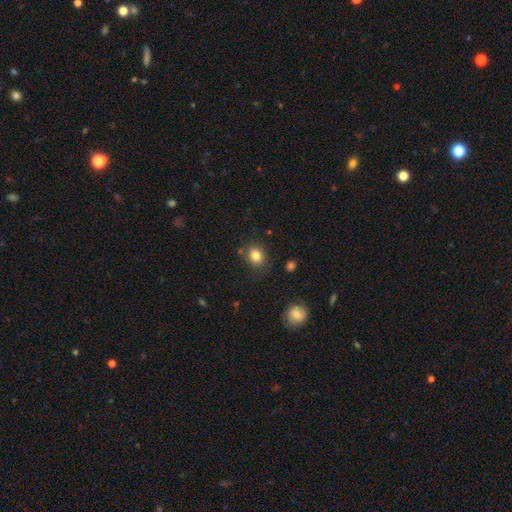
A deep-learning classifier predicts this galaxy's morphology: smooth_or_featured: smooth (p=0.82) [alt: star or artifact p=0.11]
how_rounded: round (p=0.63) [alt: in between p=0.36]
merging: none (p=0.80) [alt: minor disturbance p=0.13]